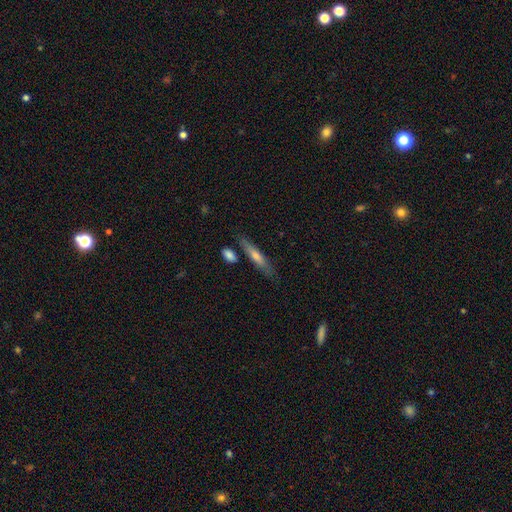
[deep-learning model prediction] Smooth or featured? smooth (51%)
How rounded? cigar-shaped (86%)
Merging? none (78%)